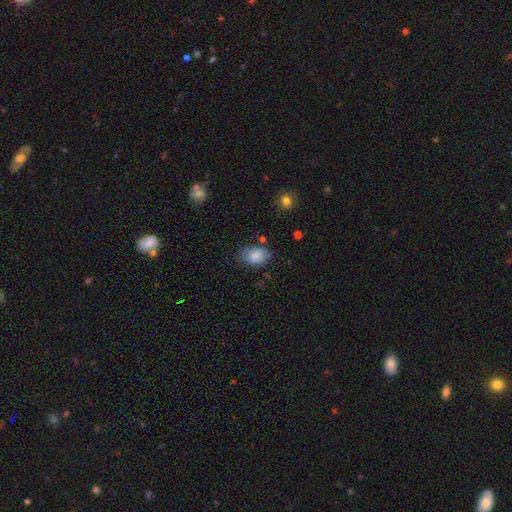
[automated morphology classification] This is clearly a smooth galaxy (84%). How rounded: clearly in between (85%). Merging: likely none (70%).